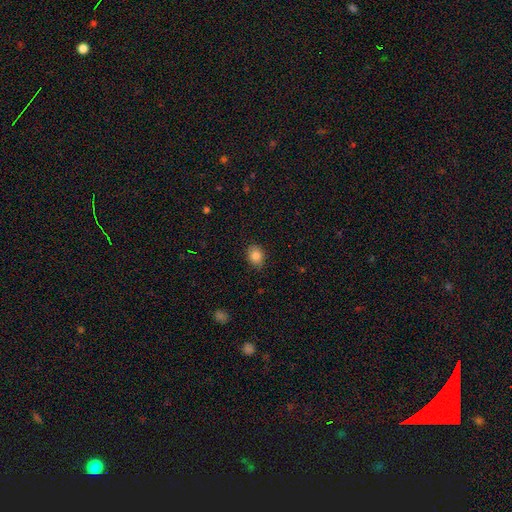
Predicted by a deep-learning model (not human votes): A smooth galaxy with no disk features (84%) that is in between round and cigar-shaped (53%).

Vote fractions:
- Smooth or featured? smooth: 84% / star or artifact: 9% / featured or disk: 6%
- How rounded? in between: 53% / round: 46% / cigar-shaped: 1%
- Merging? none: 87% / minor disturbance: 10% / major disturbance: 2% / merger: 1%